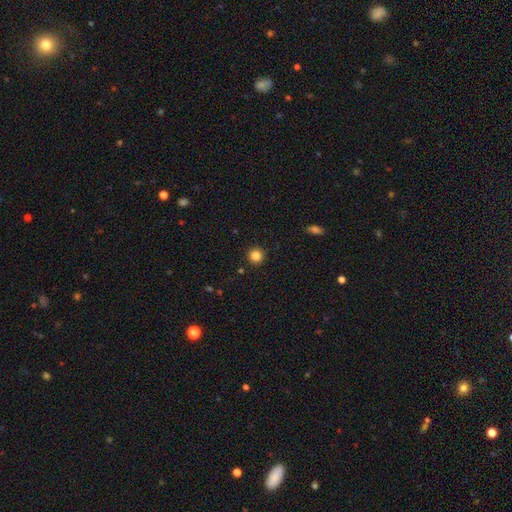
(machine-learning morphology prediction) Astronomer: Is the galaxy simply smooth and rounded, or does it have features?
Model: smooth — 85%.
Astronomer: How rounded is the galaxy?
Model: round — 95%.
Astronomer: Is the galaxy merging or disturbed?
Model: none — 92%.